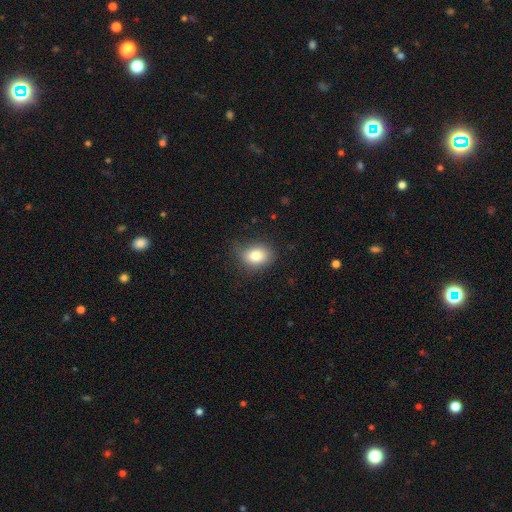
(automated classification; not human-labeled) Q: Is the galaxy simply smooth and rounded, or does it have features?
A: smooth — 82%.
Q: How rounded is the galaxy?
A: in between — 61%.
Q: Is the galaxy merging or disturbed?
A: none — 72%.